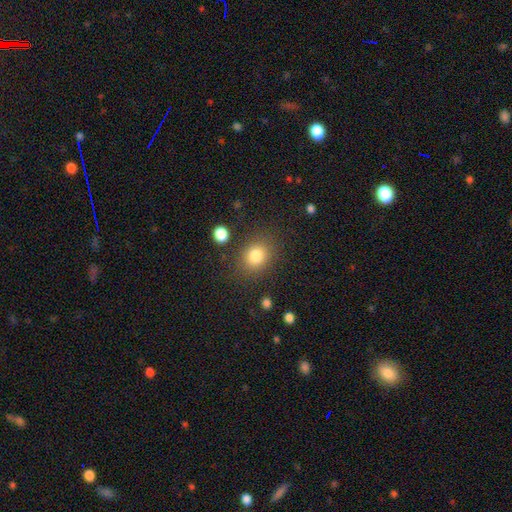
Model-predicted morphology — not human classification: Q: Smooth or featured?
A: smooth (82%); runner-up: star or artifact (11%)
Q: How rounded?
A: round (62%); runner-up: in between (37%)
Q: Merging?
A: none (82%); runner-up: minor disturbance (11%)